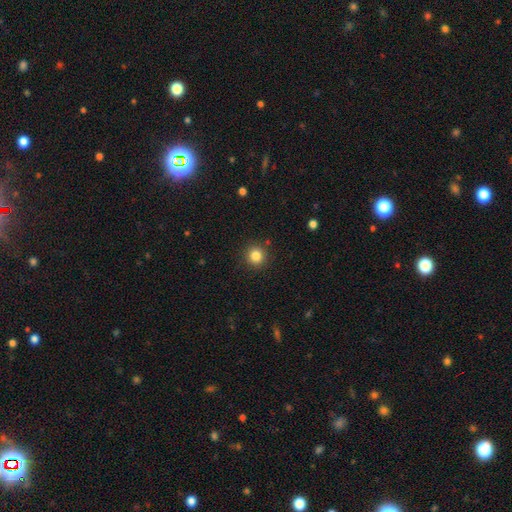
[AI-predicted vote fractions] Morphology: type=smooth (84%); roundness=round (93%); merging=none (90%).